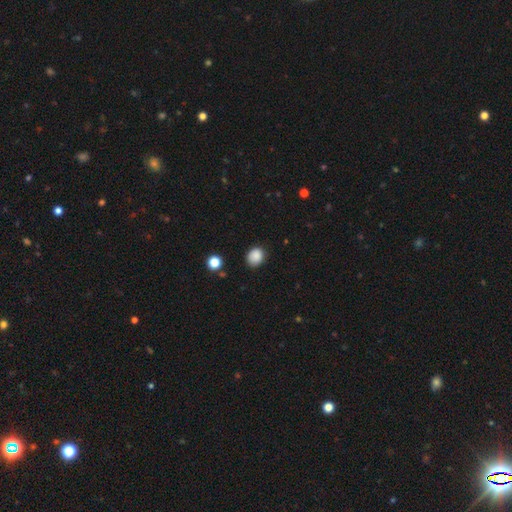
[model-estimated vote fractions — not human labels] smooth-or-featured: smooth: 87% | star or artifact: 10% | featured or disk: 3%
  how-rounded: round: 64% | in between: 36% | cigar-shaped: 1%
  merging: none: 81% | minor disturbance: 15% | major disturbance: 3% | merger: 2%